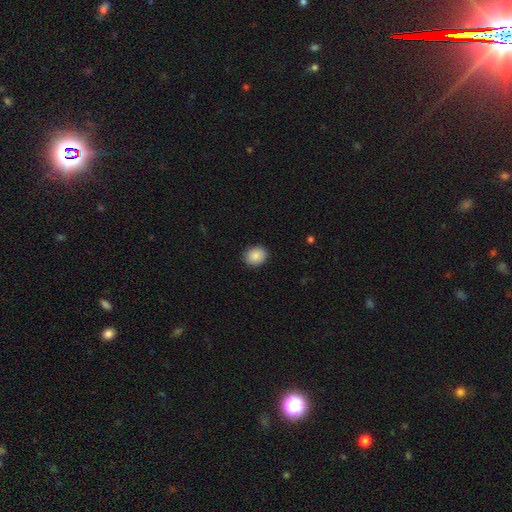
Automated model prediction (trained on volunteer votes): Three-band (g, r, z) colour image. It shows a smooth galaxy with no disk features (88%) that is round (69%). Merging: none (90%).